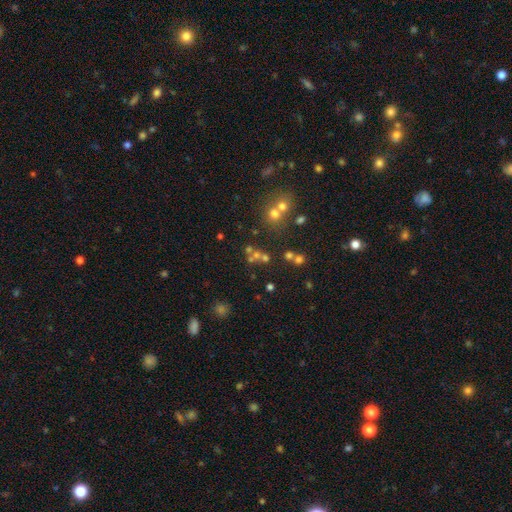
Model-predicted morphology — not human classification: smooth-or-featured: smooth: 51% | star or artifact: 29% | featured or disk: 20%
  how-rounded: round: 79% | in between: 19% | cigar-shaped: 2%
  merging: none: 51% | merger: 34% | minor disturbance: 9% | major disturbance: 6%